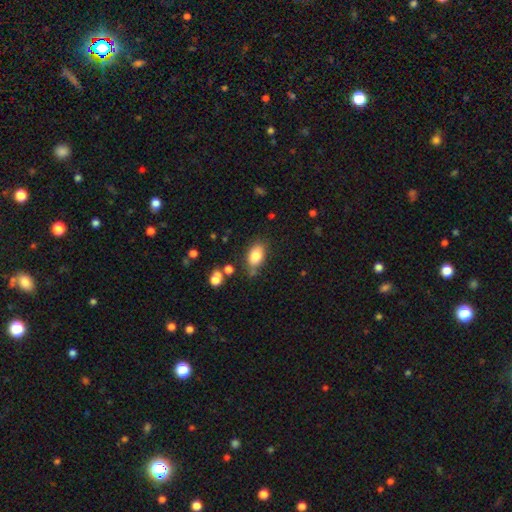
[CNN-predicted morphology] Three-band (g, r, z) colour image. It shows a smooth galaxy with no disk features (83%) that is in between round and cigar-shaped (88%). Merging: none (72%).